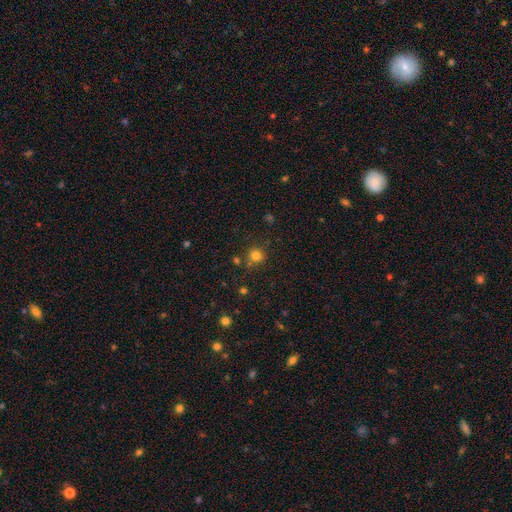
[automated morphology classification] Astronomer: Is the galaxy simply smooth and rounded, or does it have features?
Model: smooth — 79%.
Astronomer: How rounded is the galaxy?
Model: round — 88%.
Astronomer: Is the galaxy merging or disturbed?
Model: none — 74%.